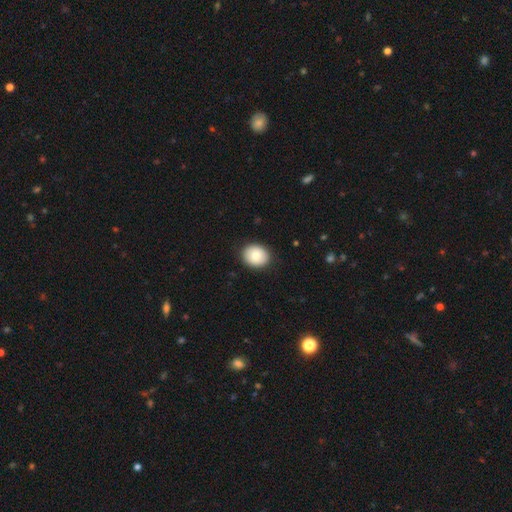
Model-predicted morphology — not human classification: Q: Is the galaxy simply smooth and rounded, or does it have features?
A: smooth — 81%.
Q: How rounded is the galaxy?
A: round — 64%.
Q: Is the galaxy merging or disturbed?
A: none — 89%.